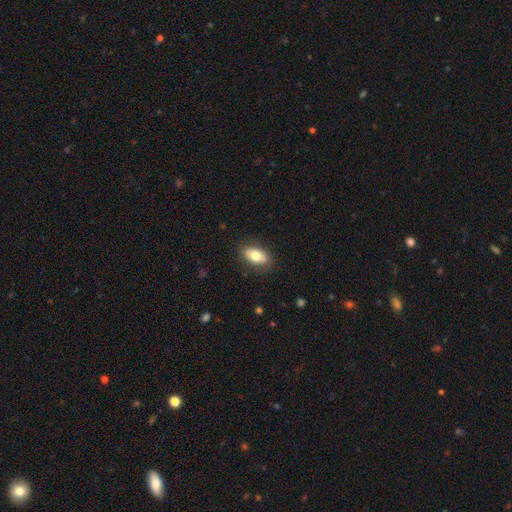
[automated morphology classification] This is likely a smooth galaxy (75%). How rounded: clearly in between (90%). Merging: clearly none (84%).